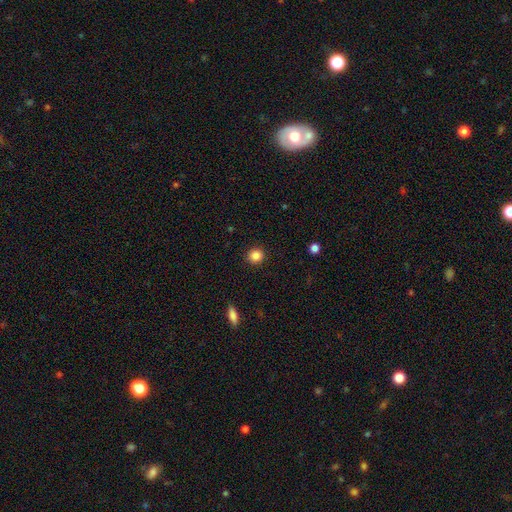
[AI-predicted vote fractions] smooth 86%, star or artifact 10%, featured or disk 4%. Down the decision tree: how rounded — round (90%); merging — none (91%).